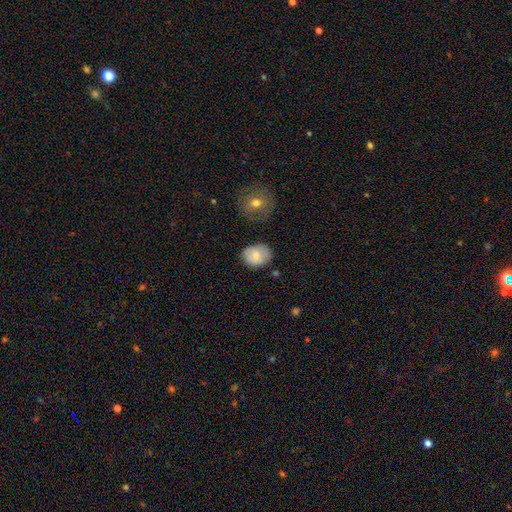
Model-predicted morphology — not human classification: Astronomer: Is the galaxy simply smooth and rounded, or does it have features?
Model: smooth — 75%.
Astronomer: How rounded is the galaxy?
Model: round — 51% (runner-up: in between, 48%).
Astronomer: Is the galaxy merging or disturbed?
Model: none — 71%.